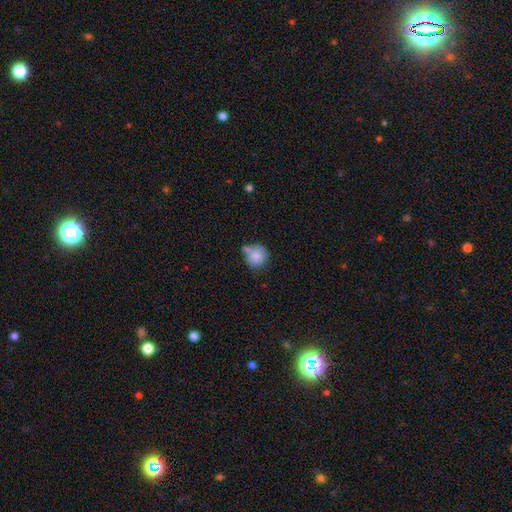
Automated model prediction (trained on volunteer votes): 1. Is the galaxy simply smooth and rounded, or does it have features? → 82% smooth, 9% featured or disk, 9% star or artifact.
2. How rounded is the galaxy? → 87% round, 12% in between, 1% cigar-shaped.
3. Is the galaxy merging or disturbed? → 50% none, 22% minor disturbance, 21% merger, 7% major disturbance.